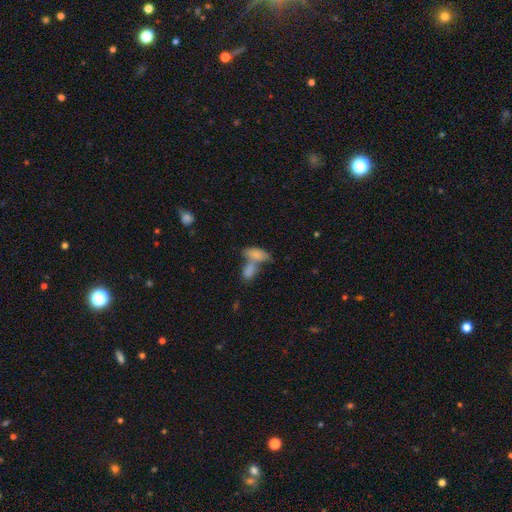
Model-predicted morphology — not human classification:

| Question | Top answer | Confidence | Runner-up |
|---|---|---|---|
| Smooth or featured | smooth | 78% | featured or disk (14%) |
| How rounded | in between | 85% | cigar-shaped (11%) |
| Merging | merger | 59% | none (27%) |